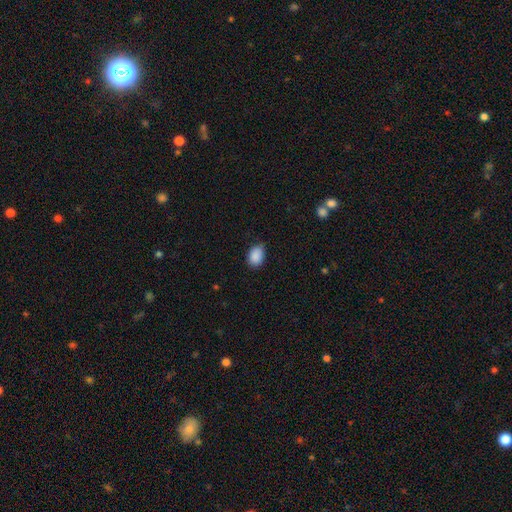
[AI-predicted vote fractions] Overall: smooth (89%). How rounded: in between (79%). Merging: none (75%).